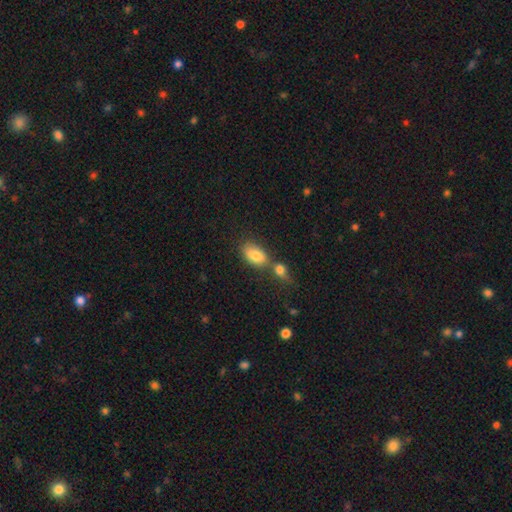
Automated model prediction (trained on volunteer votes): Overall: smooth (82%). How rounded: in between (89%). Merging: none (44%; merger 40%).